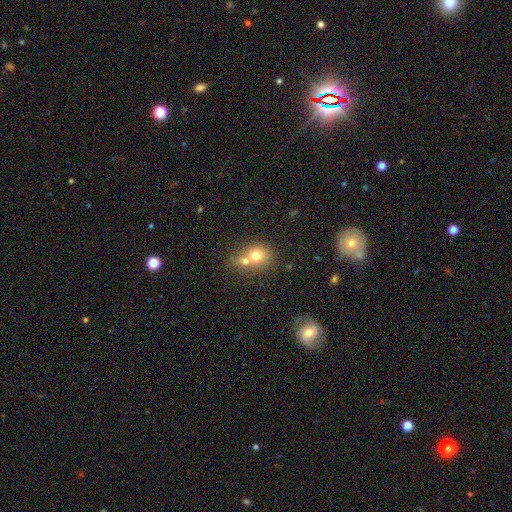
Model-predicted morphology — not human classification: smooth 70%, featured or disk 19%, star or artifact 11%. Down the decision tree: how rounded — round (70%); merging — merger (58%).